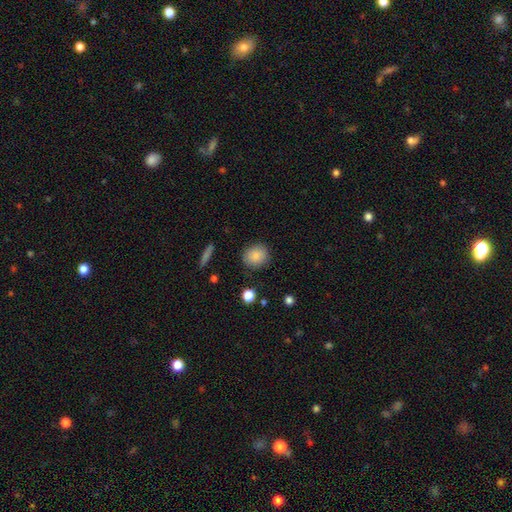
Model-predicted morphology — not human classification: smooth-or-featured: smooth: 86% | star or artifact: 8% | featured or disk: 6%
  how-rounded: round: 77% | in between: 22% | cigar-shaped: 1%
  merging: none: 86% | minor disturbance: 10% | major disturbance: 3% | merger: 1%